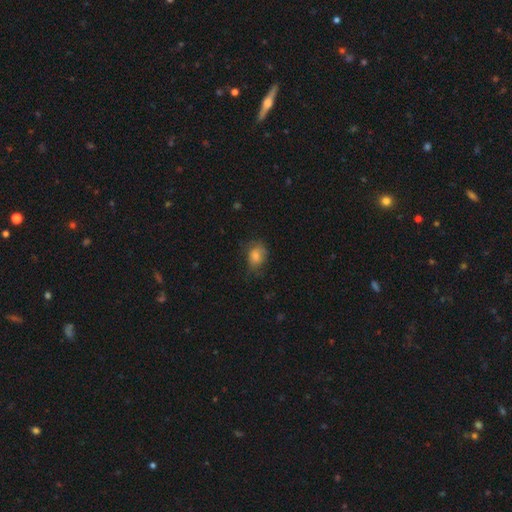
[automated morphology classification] smooth 78%, featured or disk 13%, star or artifact 9%. Down the decision tree: how rounded — in between (54%); merging — none (58%).